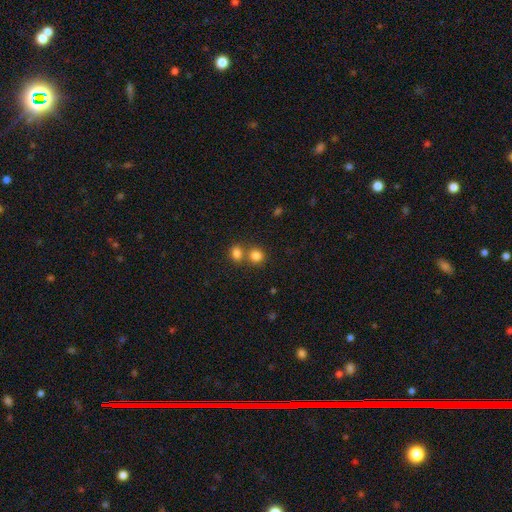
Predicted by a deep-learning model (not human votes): Smooth or featured? smooth (82%)
How rounded? round (83%)
Merging? none (54%)